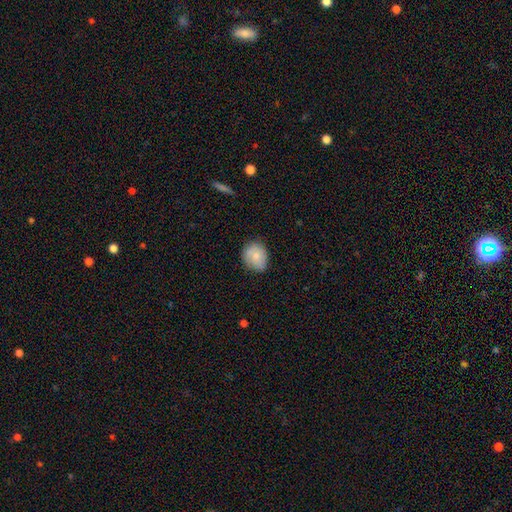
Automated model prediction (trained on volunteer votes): Morphology: type=smooth (76%); roundness=round (59%); merging=none (74%).